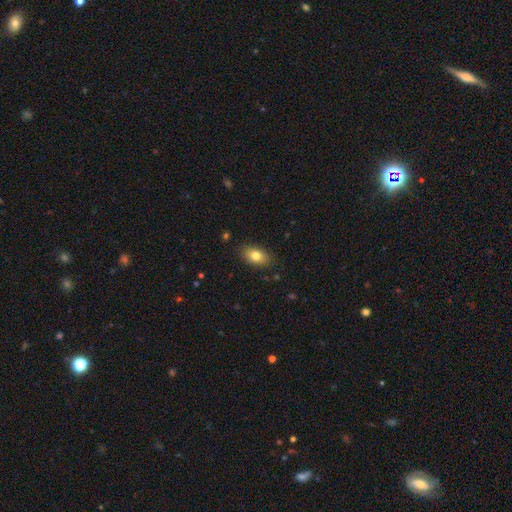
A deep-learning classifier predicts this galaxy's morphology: Q: Smooth or featured?
A: smooth (80%); runner-up: featured or disk (12%)
Q: How rounded?
A: in between (89%); runner-up: round (8%)
Q: Merging?
A: none (86%); runner-up: minor disturbance (10%)